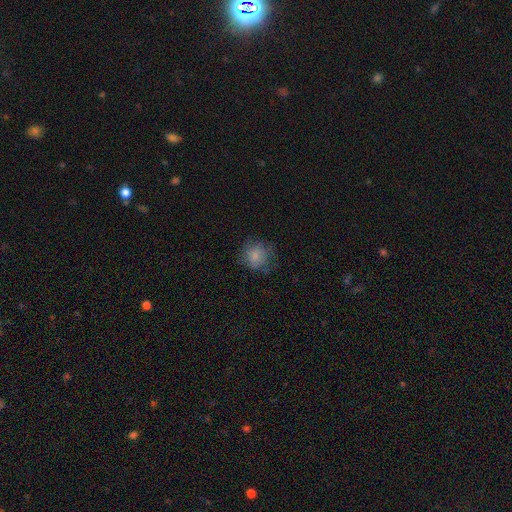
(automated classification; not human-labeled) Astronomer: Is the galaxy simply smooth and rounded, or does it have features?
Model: smooth — 79%.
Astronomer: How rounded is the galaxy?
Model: round — 84%.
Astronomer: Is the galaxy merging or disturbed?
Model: none — 67%.